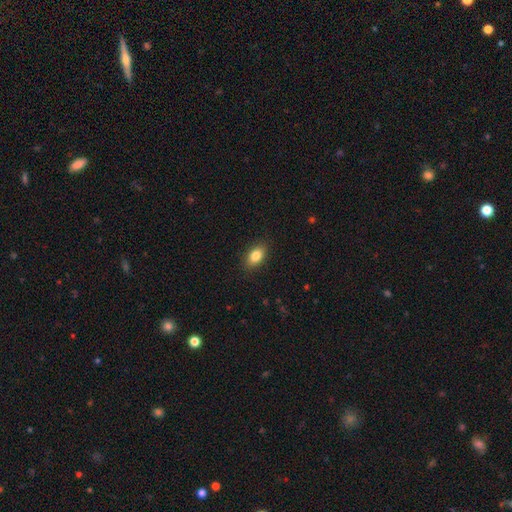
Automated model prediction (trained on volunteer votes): The model was most divided on "smooth or featured": smooth: 84%, star or artifact: 8%, featured or disk: 7%. More confident: merging — none (88%); how rounded — in between (87%).